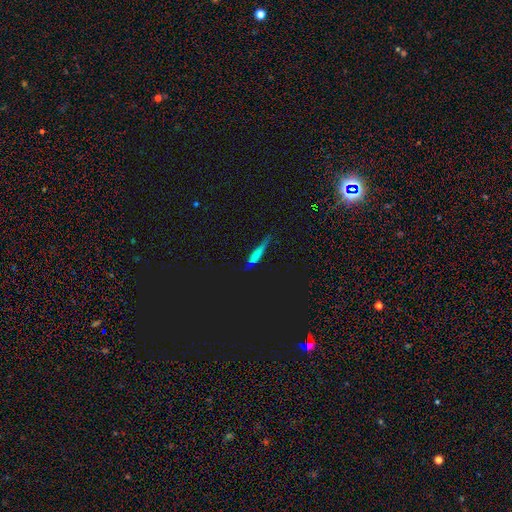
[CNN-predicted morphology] Overall: smooth (55%; star or artifact 26%). How rounded: cigar-shaped (82%). Merging: none (57%; minor disturbance 29%).